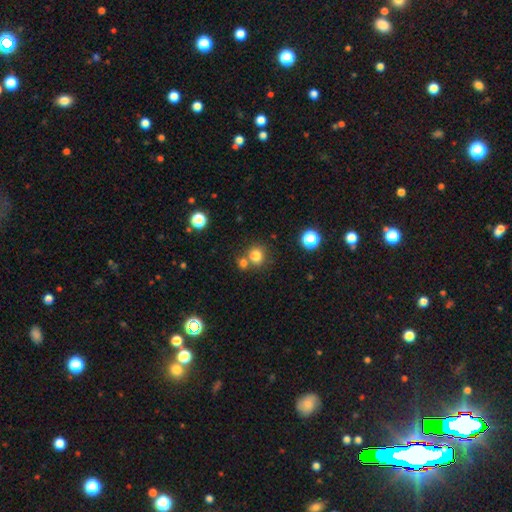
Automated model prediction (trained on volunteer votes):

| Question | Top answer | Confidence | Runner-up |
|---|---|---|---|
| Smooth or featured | smooth | 80% | star or artifact (14%) |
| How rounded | round | 82% | in between (17%) |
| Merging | none | 60% | merger (27%) |